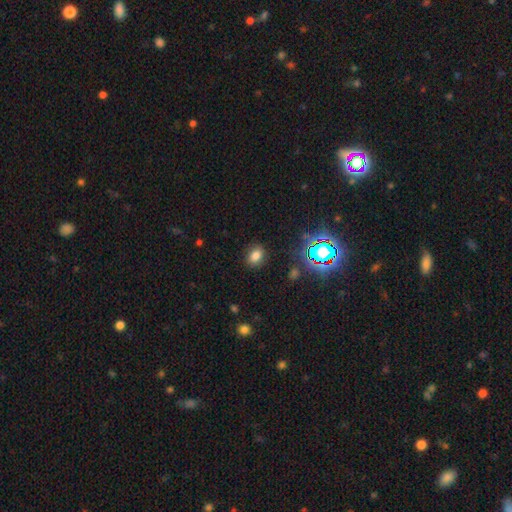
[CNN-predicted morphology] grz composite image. It shows a smooth galaxy with no disk features (74%) that is in between round and cigar-shaped (60%). Merging: none (86%).